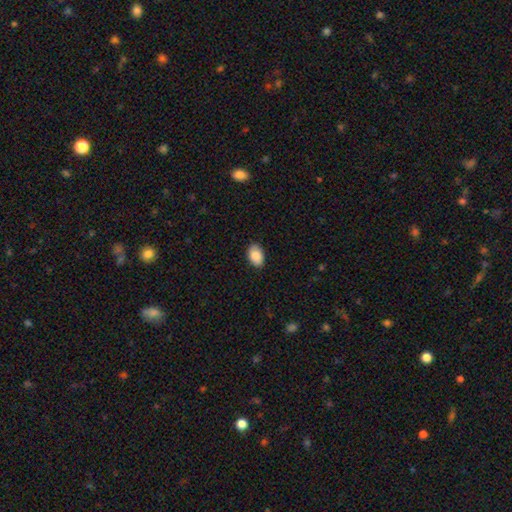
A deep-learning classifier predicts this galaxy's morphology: A smooth galaxy with no disk features (87%) that is in between round and cigar-shaped (88%).

Vote fractions:
- Smooth or featured? smooth: 87% / star or artifact: 7% / featured or disk: 6%
- How rounded? in between: 88% / round: 11% / cigar-shaped: 1%
- Merging? none: 87% / minor disturbance: 11% / major disturbance: 2% / merger: 1%